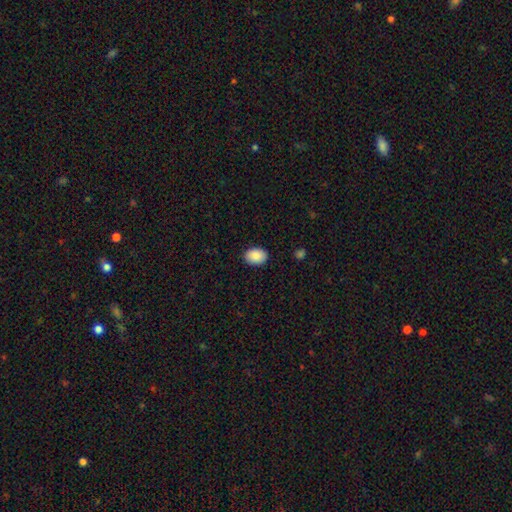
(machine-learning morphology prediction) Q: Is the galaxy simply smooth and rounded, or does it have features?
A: smooth — 88%.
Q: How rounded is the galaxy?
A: in between — 78%.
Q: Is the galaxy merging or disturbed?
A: none — 89%.